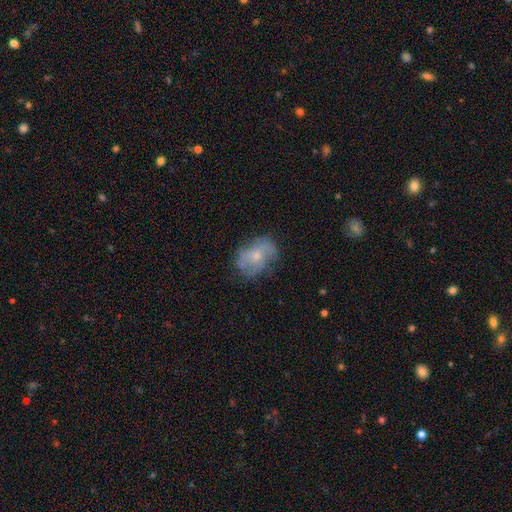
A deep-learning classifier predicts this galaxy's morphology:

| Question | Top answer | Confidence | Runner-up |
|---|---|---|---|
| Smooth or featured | featured or disk | 57% | smooth (35%) |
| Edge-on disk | no | 97% | yes (3%) |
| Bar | no | 80% | weak (17%) |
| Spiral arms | yes | 65% | no (35%) |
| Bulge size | small | 56% | moderate (37%) |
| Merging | none | 61% | minor disturbance (24%) |